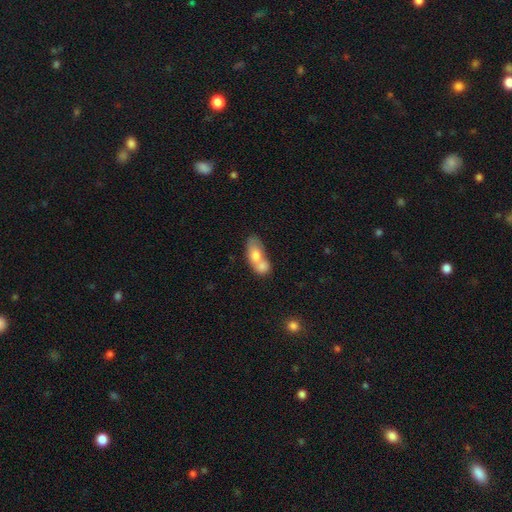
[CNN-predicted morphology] Q: Smooth or featured?
A: smooth (69%); runner-up: featured or disk (24%)
Q: How rounded?
A: in between (80%); runner-up: round (11%)
Q: Merging?
A: merger (69%); runner-up: none (18%)